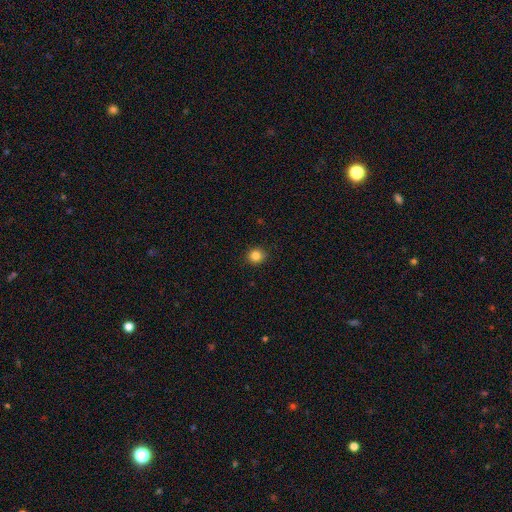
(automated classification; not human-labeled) A smooth galaxy with no disk features (84%) that is round (86%).

Vote fractions:
- Smooth or featured? smooth: 84% / star or artifact: 11% / featured or disk: 5%
- How rounded? round: 86% / in between: 13% / cigar-shaped: 1%
- Merging? none: 91% / minor disturbance: 7% / major disturbance: 2% / merger: 1%